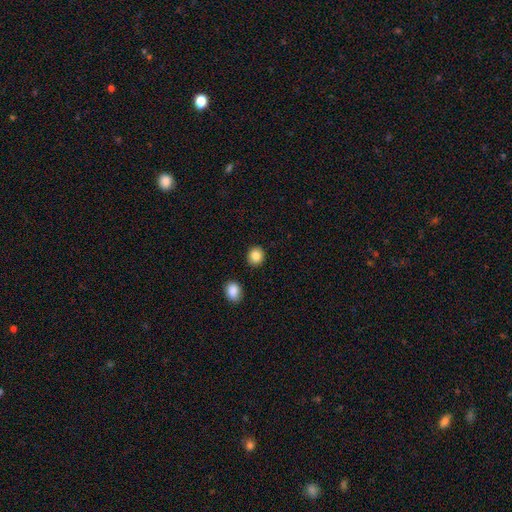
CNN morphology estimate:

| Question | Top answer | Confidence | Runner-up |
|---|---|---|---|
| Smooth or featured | smooth | 87% | star or artifact (9%) |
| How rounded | round | 83% | in between (17%) |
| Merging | none | 89% | minor disturbance (6%) |